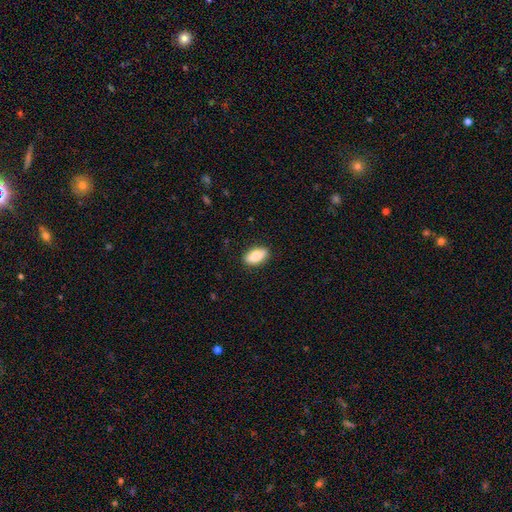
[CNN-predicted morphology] Smooth or featured: smooth — 80% (featured or disk — 13%)
How rounded: in between — 91% (round — 5%)
Merging: none — 88% (minor disturbance — 9%)